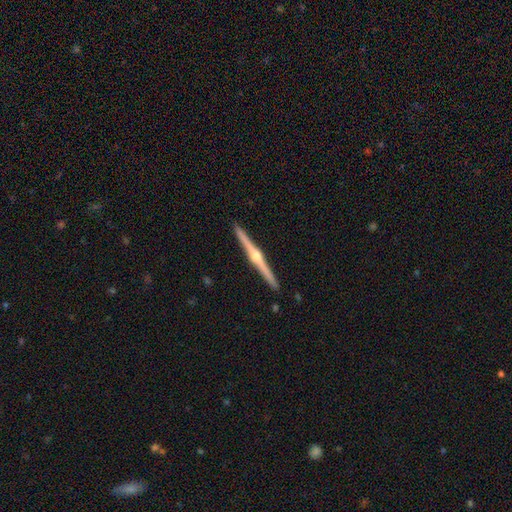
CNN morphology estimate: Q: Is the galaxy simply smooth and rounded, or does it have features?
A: featured or disk — 85%.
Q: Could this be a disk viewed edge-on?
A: yes — 99%.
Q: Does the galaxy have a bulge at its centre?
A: rounded — 91%.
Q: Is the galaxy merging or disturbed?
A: none — 93%.